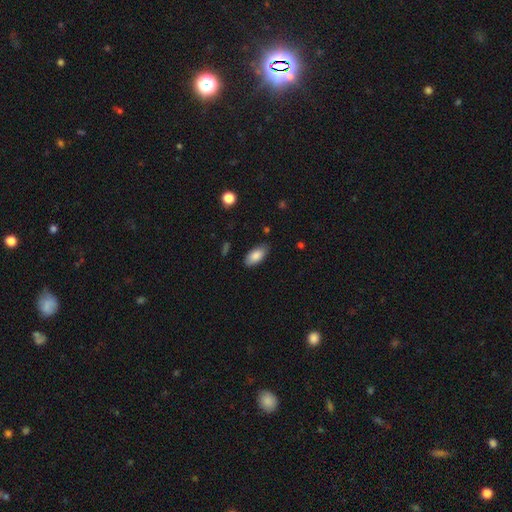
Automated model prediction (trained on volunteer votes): smooth_or_featured: smooth (p=0.86) [alt: featured or disk p=0.08]
how_rounded: in between (p=0.93) [alt: cigar-shaped p=0.05]
merging: none (p=0.82) [alt: minor disturbance p=0.14]